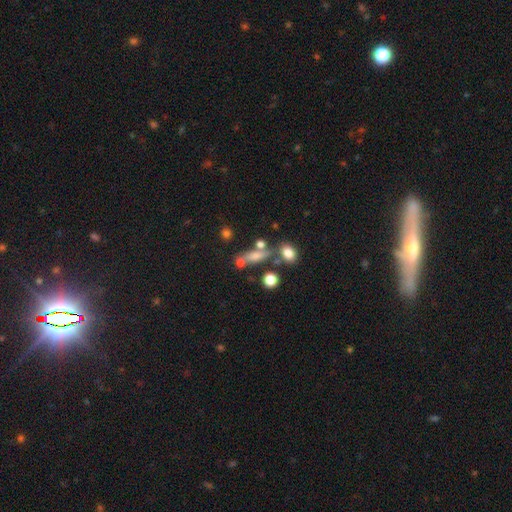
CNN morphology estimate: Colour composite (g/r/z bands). It shows a smooth galaxy with no disk features (64%) that is in between round and cigar-shaped (43%, tied with cigar-shaped). Merging: none (54%).